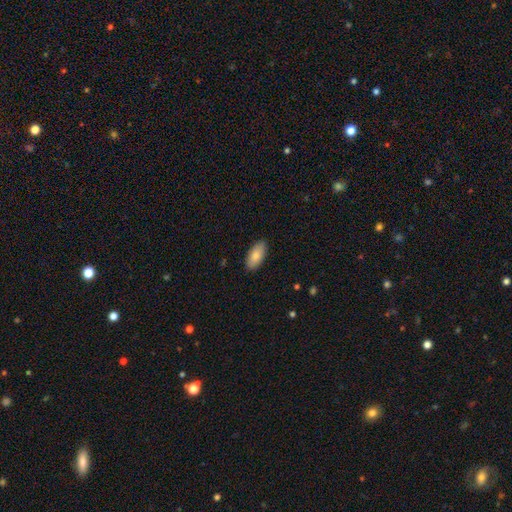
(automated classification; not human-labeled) Smooth or featured? Predicted: smooth (p=0.85). How rounded? Predicted: in between (p=0.91). Merging? Predicted: none (p=0.89).